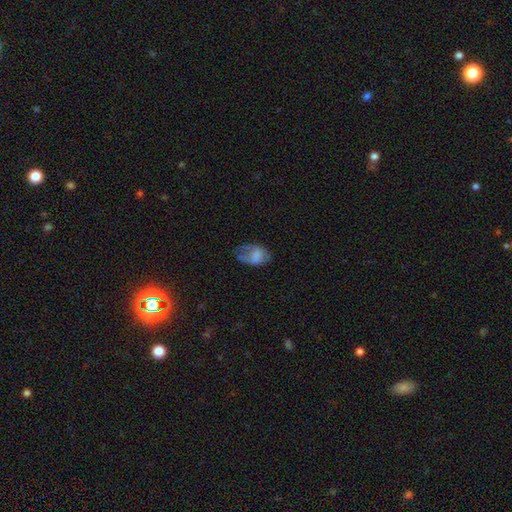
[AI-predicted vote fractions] smooth_or_featured: smooth (p=0.66) [alt: featured or disk p=0.24]
how_rounded: in between (p=0.85) [alt: round p=0.14]
merging: none (p=0.34) [alt: major disturbance p=0.32]